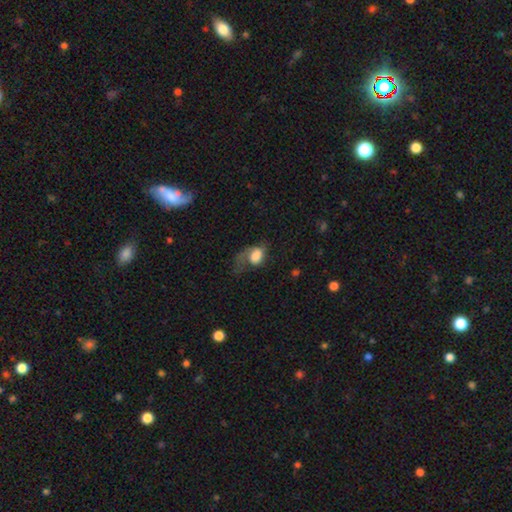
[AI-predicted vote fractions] A smooth galaxy with no disk features (57%) that is in between round and cigar-shaped (75%). Merging: major disturbance (55%).